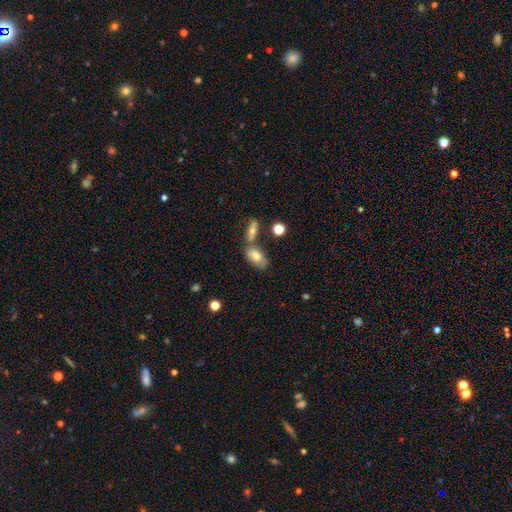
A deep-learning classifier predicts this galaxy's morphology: Smooth or featured: smooth — 75% (featured or disk — 18%)
How rounded: in between — 90% (round — 5%)
Merging: none — 51% (merger — 31%)